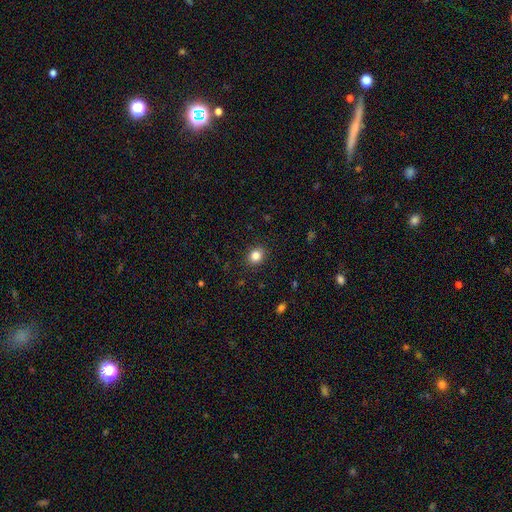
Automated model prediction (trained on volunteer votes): Smooth or featured: smooth — 84% (star or artifact — 11%)
How rounded: round — 62% (in between — 37%)
Merging: none — 89% (minor disturbance — 7%)